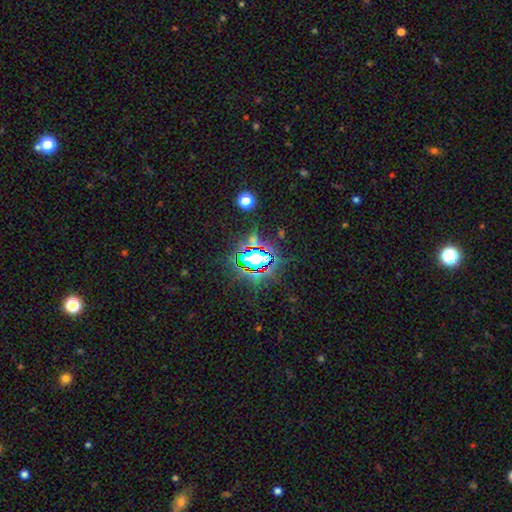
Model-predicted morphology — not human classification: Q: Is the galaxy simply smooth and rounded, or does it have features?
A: star or artifact — 78%.